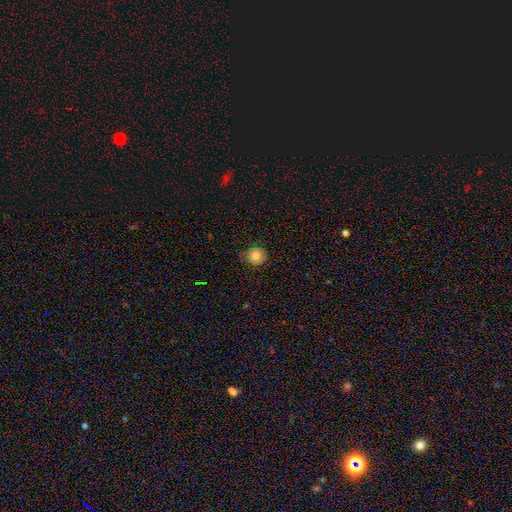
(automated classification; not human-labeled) The model was most divided on "merging": none: 81%, minor disturbance: 15%, major disturbance: 3%, merger: 1%. More confident: how rounded — round (90%); smooth or featured — smooth (82%).